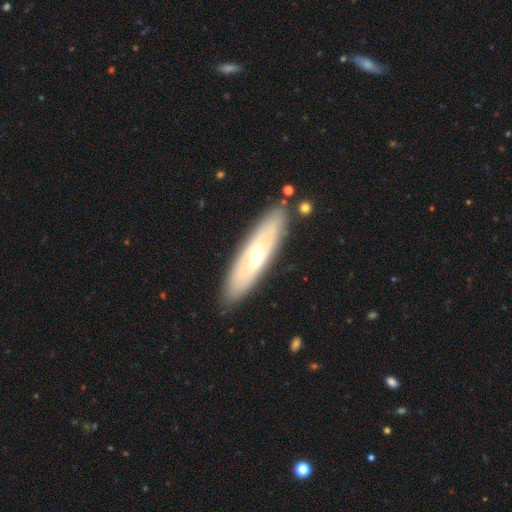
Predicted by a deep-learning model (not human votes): Smooth or featured?
  - featured or disk: 54% *
  - smooth: 39%
  - star or artifact: 7%
Edge-on disk?
  - no: 52% *
  - yes: 48%
Merging?
  - none: 86% *
  - minor disturbance: 10%
  - merger: 2%
  - major disturbance: 2%